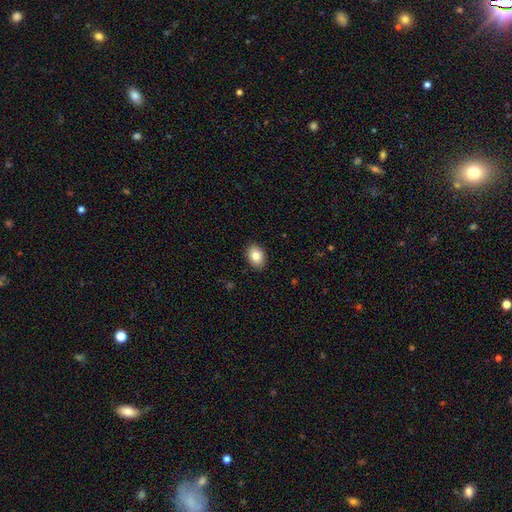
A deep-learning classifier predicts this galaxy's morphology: Q: Smooth or featured?
A: smooth (84%); runner-up: featured or disk (8%)
Q: How rounded?
A: in between (75%); runner-up: round (24%)
Q: Merging?
A: none (89%); runner-up: minor disturbance (8%)